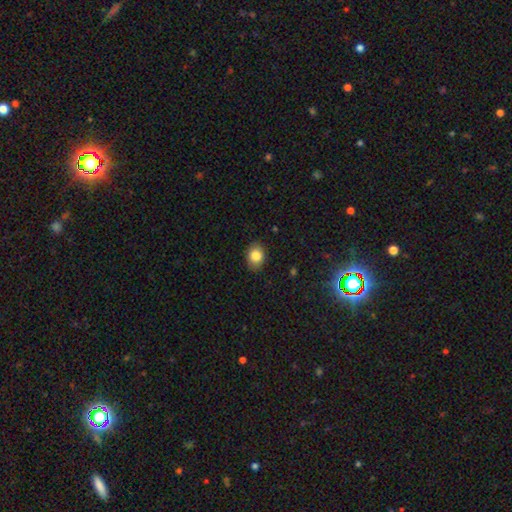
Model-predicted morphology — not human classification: smooth 84%, star or artifact 9%, featured or disk 7%. Down the decision tree: how rounded — in between (62%); merging — none (87%).